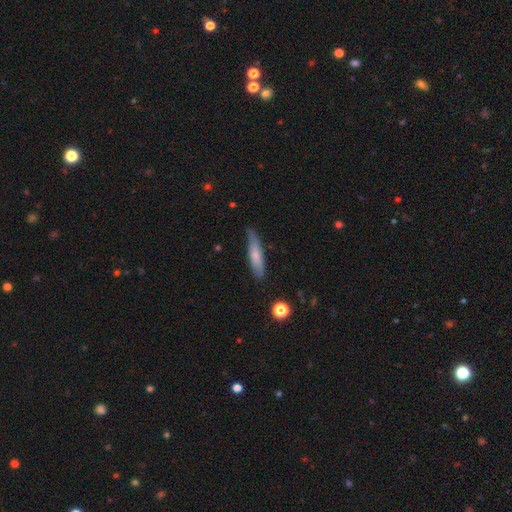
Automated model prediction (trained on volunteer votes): smooth-or-featured: smooth: 69% | featured or disk: 24% | star or artifact: 6%
  how-rounded: cigar-shaped: 79% | in between: 19% | round: 2%
  merging: none: 70% | minor disturbance: 24% | major disturbance: 4% | merger: 2%